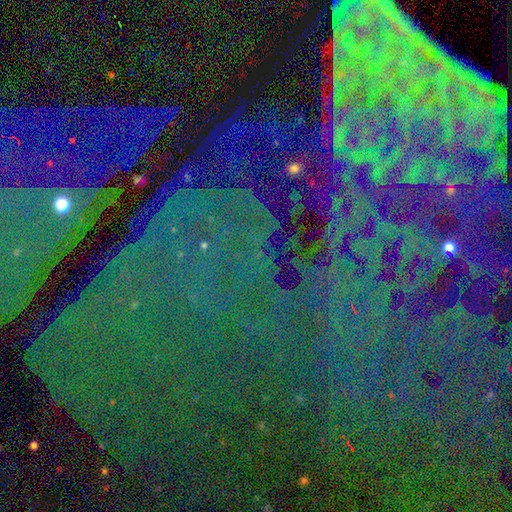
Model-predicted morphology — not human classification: Smooth or featured?
  - star or artifact: 83% *
  - featured or disk: 9%
  - smooth: 8%